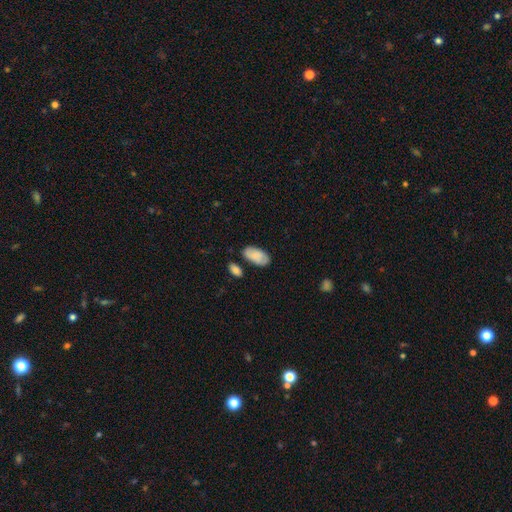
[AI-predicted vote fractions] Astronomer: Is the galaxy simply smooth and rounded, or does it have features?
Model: smooth — 80%.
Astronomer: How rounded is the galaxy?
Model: in between — 95%.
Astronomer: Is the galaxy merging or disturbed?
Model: none — 70%.